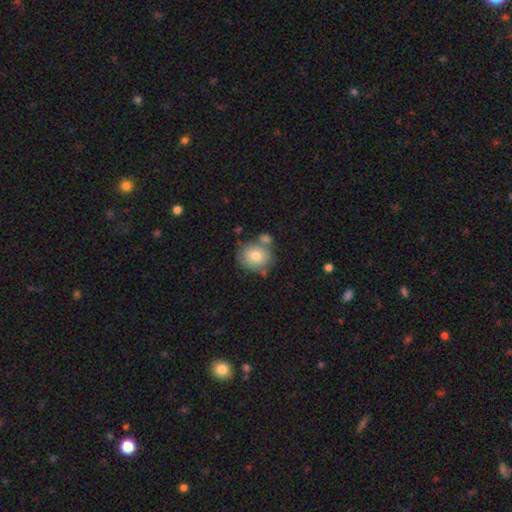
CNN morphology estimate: Smooth or featured? Predicted: smooth (p=0.75). How rounded? Predicted: round (p=0.73). Merging? Predicted: none (p=0.57).